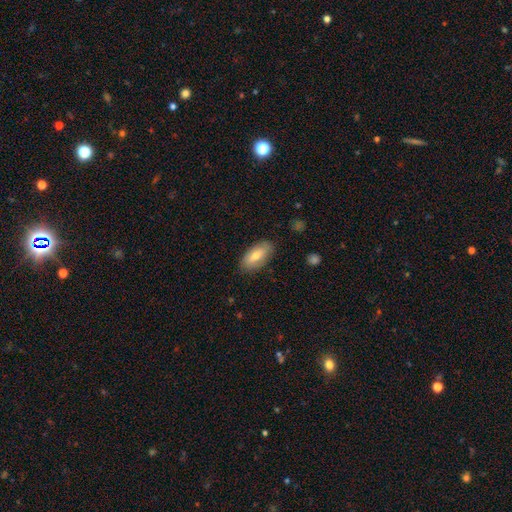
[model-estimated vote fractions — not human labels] A smooth galaxy with no disk features (70%) that is in between round and cigar-shaped (89%).

Vote fractions:
- Smooth or featured? smooth: 70% / featured or disk: 23% / star or artifact: 7%
- How rounded? in between: 89% / cigar-shaped: 9% / round: 3%
- Merging? none: 84% / minor disturbance: 13% / major disturbance: 3% / merger: 1%